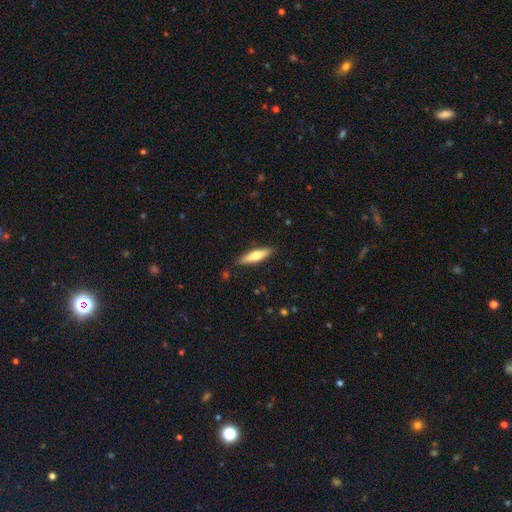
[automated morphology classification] This is possibly a smooth galaxy (59%). How rounded: likely cigar-shaped (70%). Merging: clearly none (88%).